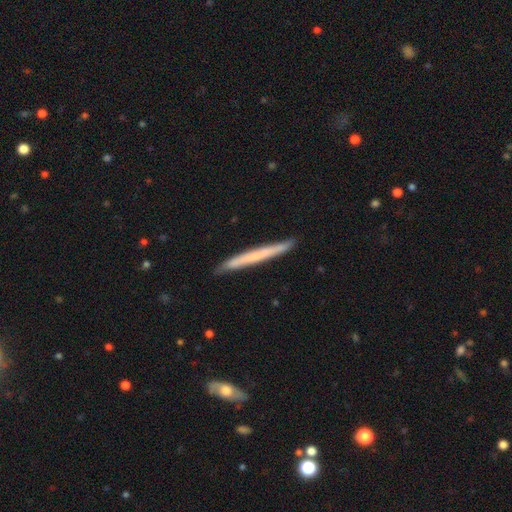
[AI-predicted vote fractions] This appears to be a smooth galaxy with no disk features (54%) that is cigar-shaped (97%). Merging: none (90%).